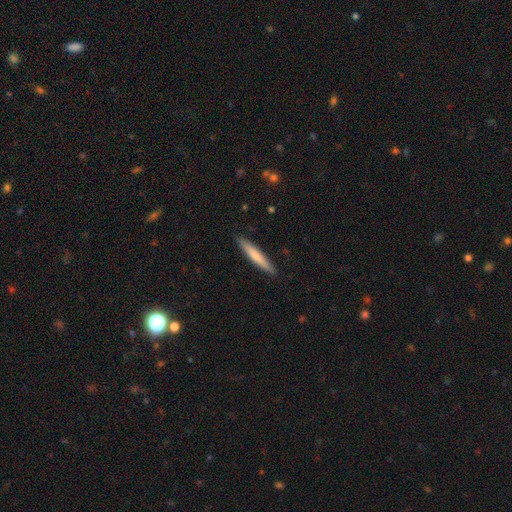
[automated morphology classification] This is likely a smooth galaxy (69%). How rounded: clearly cigar-shaped (94%). Merging: clearly none (90%).